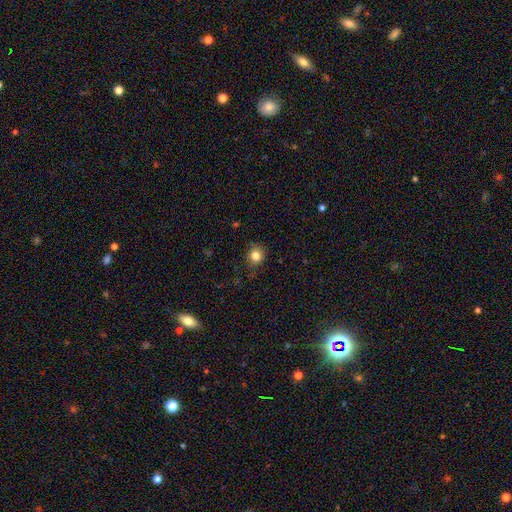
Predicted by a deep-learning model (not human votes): smooth-or-featured: smooth: 82% | star or artifact: 12% | featured or disk: 6%
  how-rounded: round: 79% | in between: 20% | cigar-shaped: 1%
  merging: none: 79% | minor disturbance: 16% | major disturbance: 4% | merger: 1%